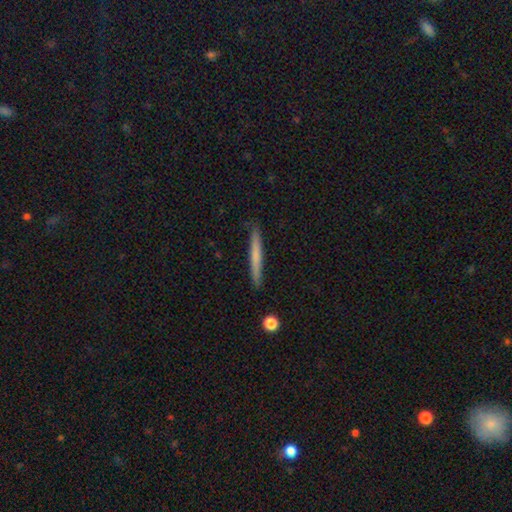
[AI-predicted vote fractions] smooth-or-featured: smooth: 64% | featured or disk: 31% | star or artifact: 6%
  how-rounded: cigar-shaped: 97% | in between: 2% | round: 1%
  merging: none: 90% | minor disturbance: 8% | major disturbance: 1% | merger: 1%